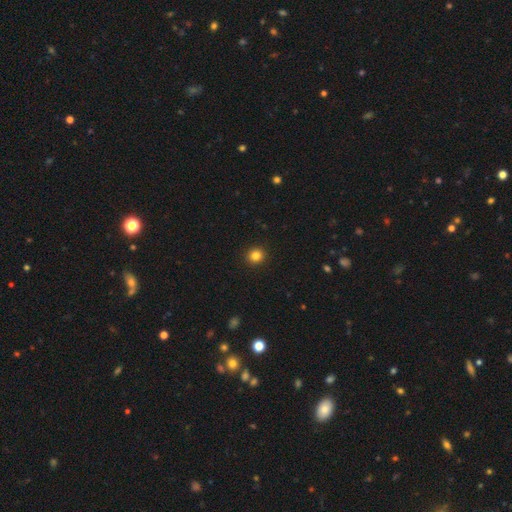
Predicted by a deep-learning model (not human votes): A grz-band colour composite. It shows a smooth galaxy with no disk features (83%) that is round (90%). Merging: none (93%).